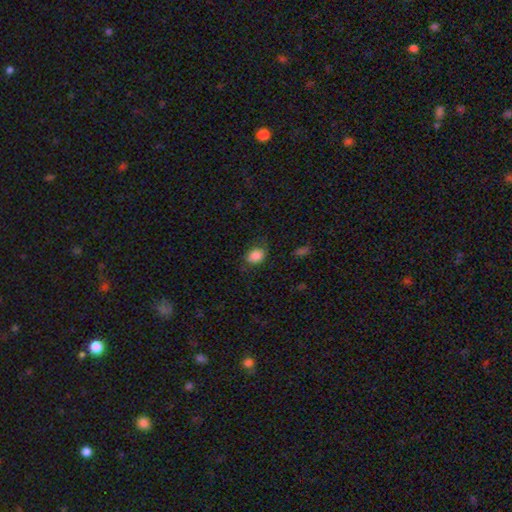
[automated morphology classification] Smooth or featured? Predicted: smooth (p=0.85). How rounded? Predicted: in between (p=0.69). Merging? Predicted: none (p=0.68).